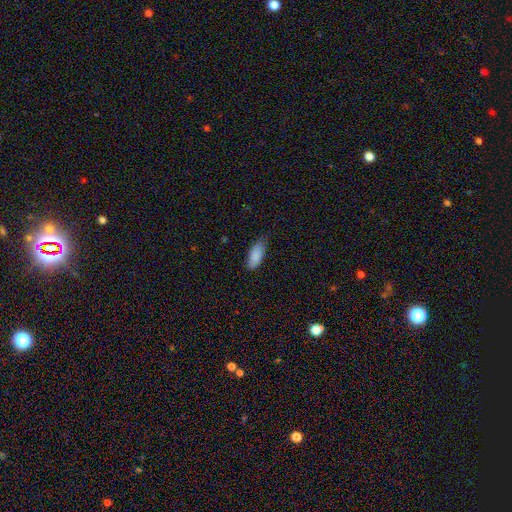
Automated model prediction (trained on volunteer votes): Smooth or featured?
  - smooth: 88% *
  - star or artifact: 6%
  - featured or disk: 6%
How rounded?
  - in between: 83% *
  - cigar-shaped: 15%
  - round: 2%
Merging?
  - none: 66% *
  - minor disturbance: 28%
  - major disturbance: 5%
  - merger: 1%